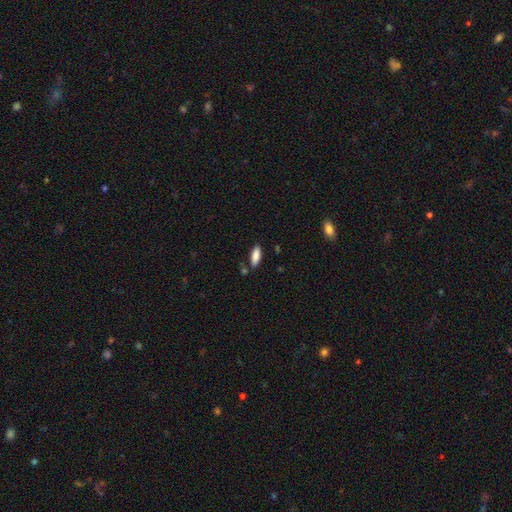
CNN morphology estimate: A smooth galaxy with no disk features (87%) that is in between round and cigar-shaped (68%). Merging: none (81%).